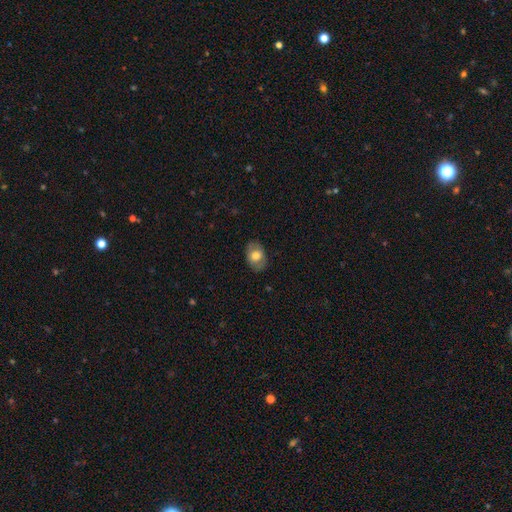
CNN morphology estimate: smooth-or-featured: smooth: 70% | featured or disk: 23% | star or artifact: 7%
  how-rounded: in between: 78% | round: 21% | cigar-shaped: 1%
  merging: none: 83% | minor disturbance: 13% | major disturbance: 3% | merger: 1%